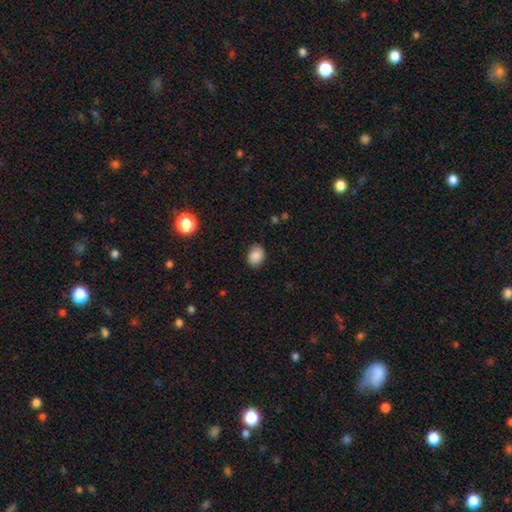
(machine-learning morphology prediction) smooth-or-featured: smooth: 87% | star or artifact: 9% | featured or disk: 5%
  how-rounded: in between: 64% | round: 35% | cigar-shaped: 1%
  merging: none: 85% | minor disturbance: 11% | major disturbance: 2% | merger: 1%